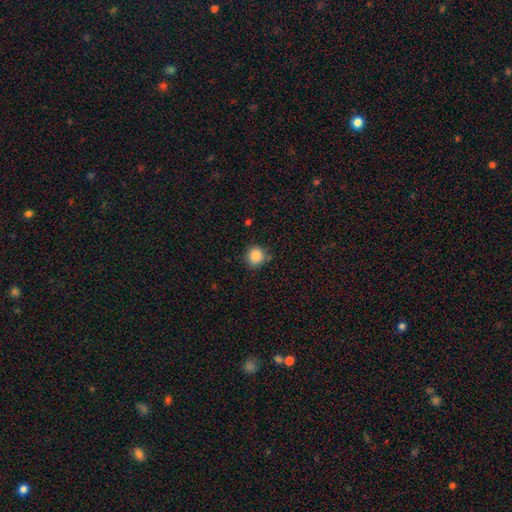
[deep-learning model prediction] Smooth or featured? Predicted: smooth (p=0.87). How rounded? Predicted: round (p=0.88). Merging? Predicted: none (p=0.79).